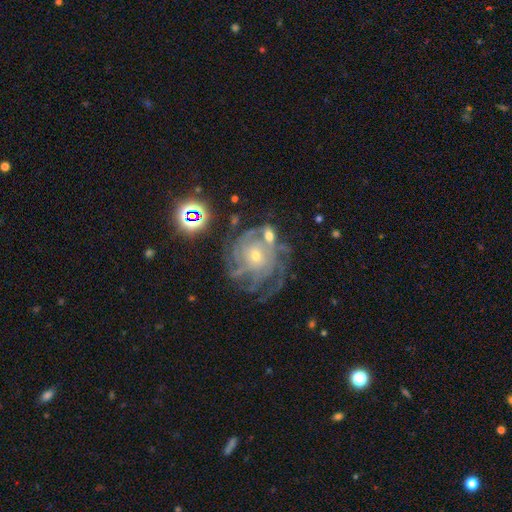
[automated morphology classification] smooth_or_featured: featured or disk (p=0.85) [alt: star or artifact p=0.09]
disk_edge_on: no (p=0.97) [alt: yes p=0.03]
bar: no (p=0.74) [alt: weak p=0.20]
has_spiral_arms: yes (p=0.96) [alt: no p=0.04]
spiral_winding: tight (p=0.70) [alt: medium p=0.25]
spiral_arm_count: 4 (p=0.26) [alt: can't tell p=0.25]
bulge_size: small (p=0.69) [alt: moderate p=0.27]
merging: none (p=0.63) [alt: minor disturbance p=0.19]